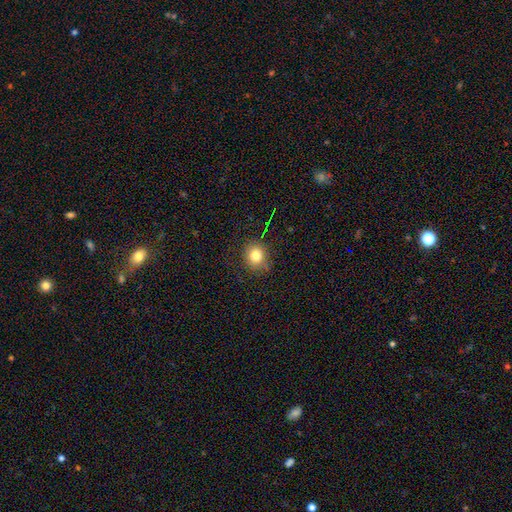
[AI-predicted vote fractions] A smooth galaxy with no disk features (80%) that is round (74%). Merging: none (81%).